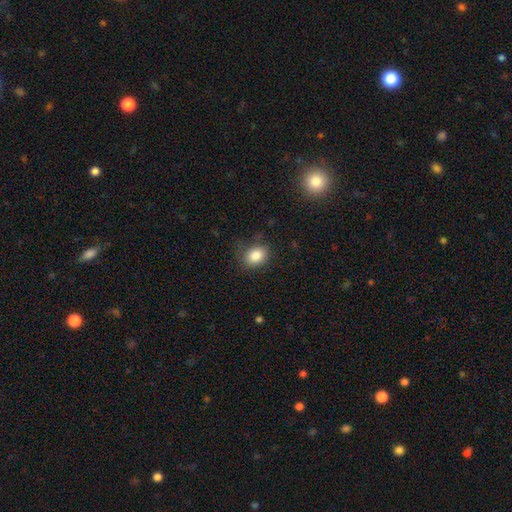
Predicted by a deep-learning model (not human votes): Overall: smooth (84%). How rounded: in between (54%; round 45%). Merging: none (75%).